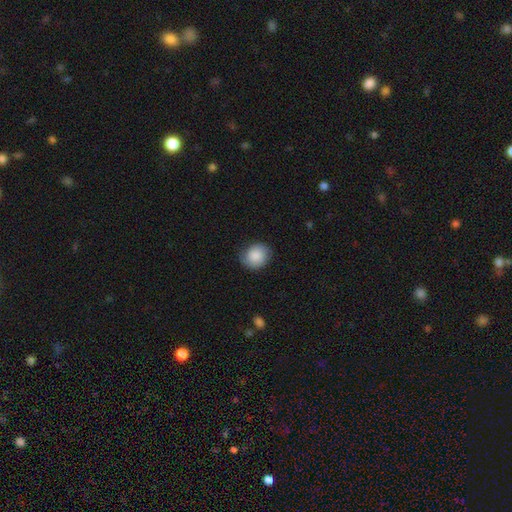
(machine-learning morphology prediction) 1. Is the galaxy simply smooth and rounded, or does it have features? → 80% smooth, 13% featured or disk, 7% star or artifact.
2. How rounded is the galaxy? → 71% round, 28% in between, 1% cigar-shaped.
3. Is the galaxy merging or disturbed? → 78% none, 18% minor disturbance, 4% major disturbance, 1% merger.